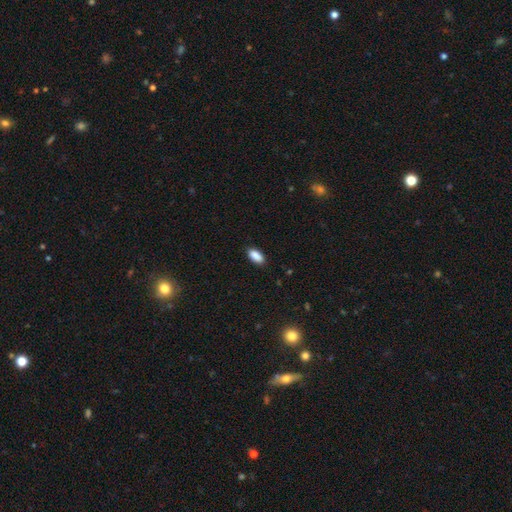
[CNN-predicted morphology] A smooth galaxy with no disk features (90%) that is in between round and cigar-shaped (91%). Merging: none (87%).